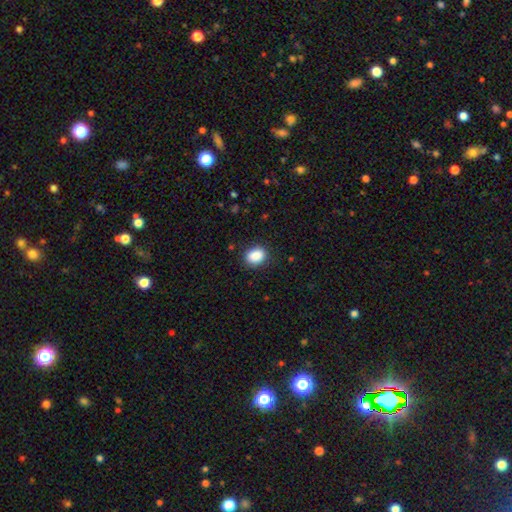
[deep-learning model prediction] Morphology: type=smooth (88%); roundness=in between (58%); merging=none (85%).